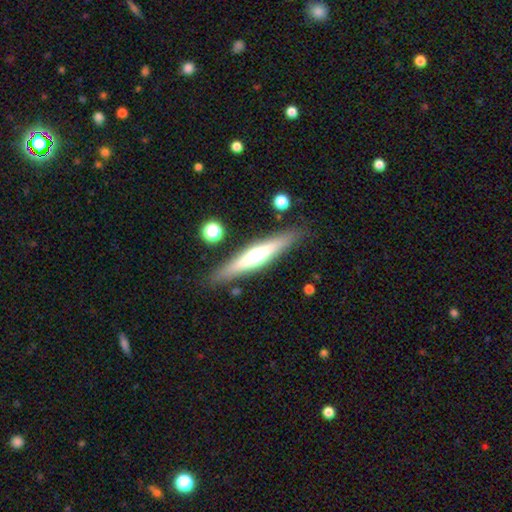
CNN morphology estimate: A featured or disk galaxy (60%) viewed edge-on (95%) with a rounded central bulge (85%). Merging: none (87%).